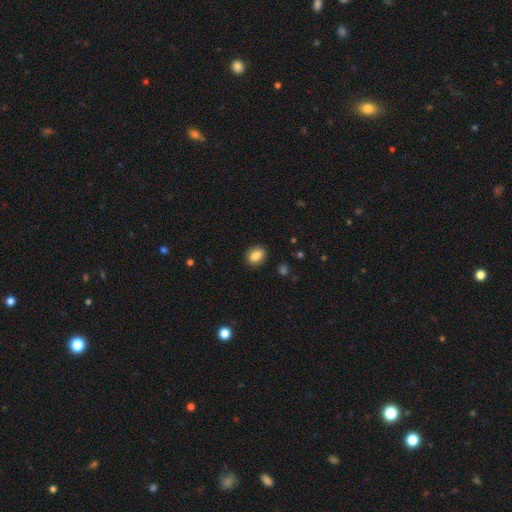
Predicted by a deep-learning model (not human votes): Smooth or featured: smooth — 86% (star or artifact — 8%)
How rounded: in between — 62% (round — 37%)
Merging: none — 88% (minor disturbance — 8%)